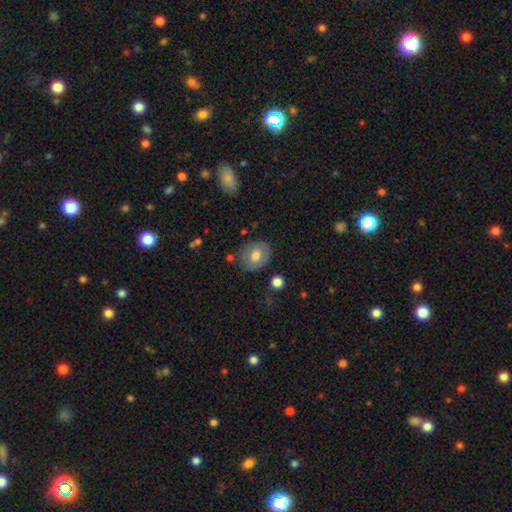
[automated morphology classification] This is likely a smooth galaxy (70%). How rounded: possibly round (52%). Merging: likely none (77%).